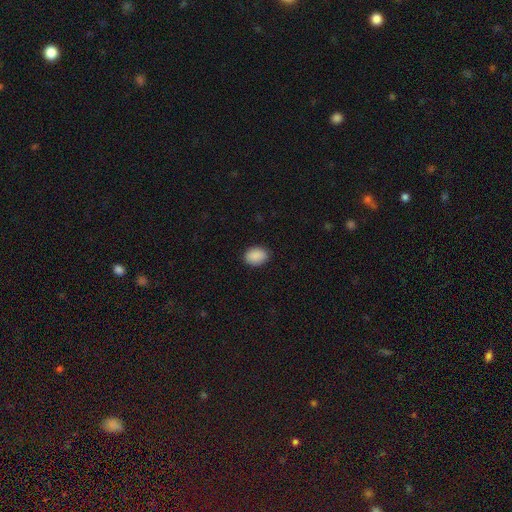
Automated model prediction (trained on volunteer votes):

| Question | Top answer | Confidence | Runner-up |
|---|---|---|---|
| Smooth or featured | smooth | 90% | star or artifact (7%) |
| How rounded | in between | 73% | round (26%) |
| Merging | none | 89% | minor disturbance (8%) |